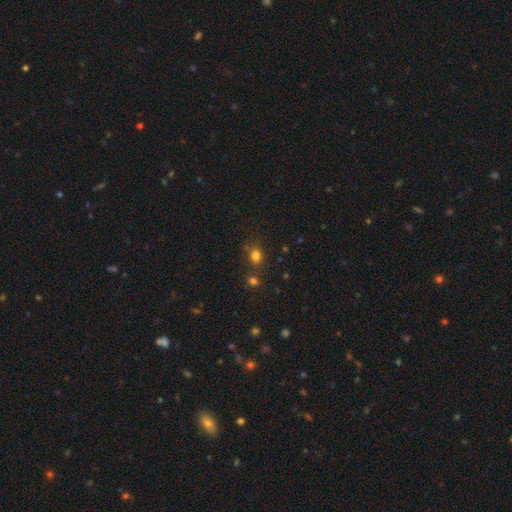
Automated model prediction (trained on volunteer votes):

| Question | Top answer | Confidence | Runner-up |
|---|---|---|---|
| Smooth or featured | smooth | 77% | star or artifact (17%) |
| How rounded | round | 63% | in between (36%) |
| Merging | none | 71% | minor disturbance (13%) |